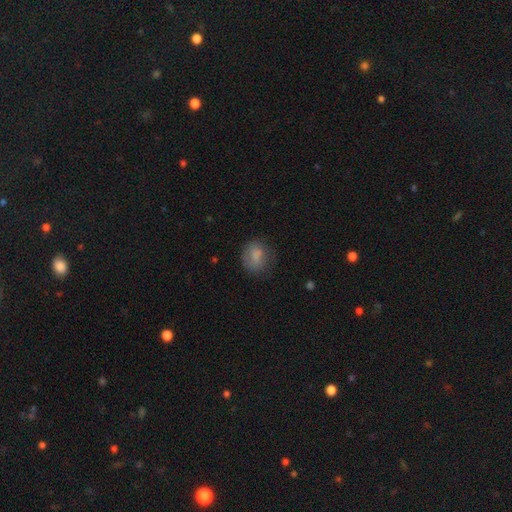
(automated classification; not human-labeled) Smooth or featured? Predicted: smooth (p=0.76). How rounded? Predicted: round (p=0.63). Merging? Predicted: none (p=0.66).